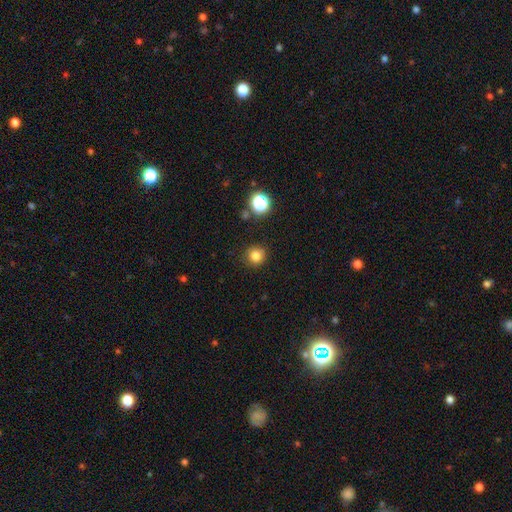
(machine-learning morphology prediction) Smooth or featured: smooth — 81% (star or artifact — 14%)
How rounded: round — 93% (in between — 6%)
Merging: none — 88% (minor disturbance — 8%)